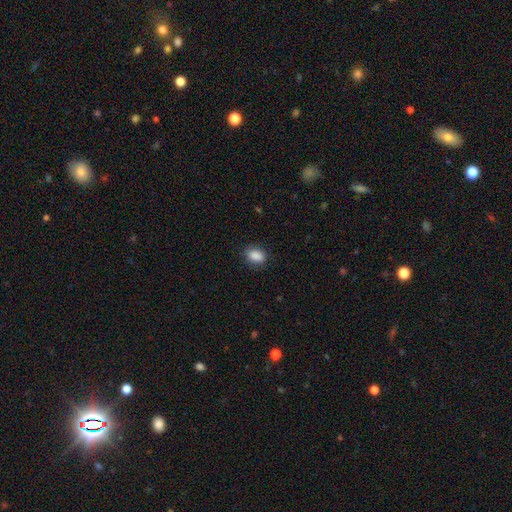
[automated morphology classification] A smooth galaxy with no disk features (88%) that is in between round and cigar-shaped (78%). Merging: none (83%).